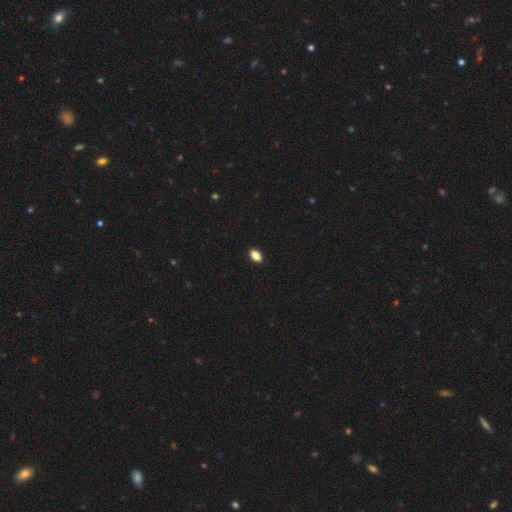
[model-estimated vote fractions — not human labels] Overall: smooth (86%). How rounded: in between (89%). Merging: none (90%).